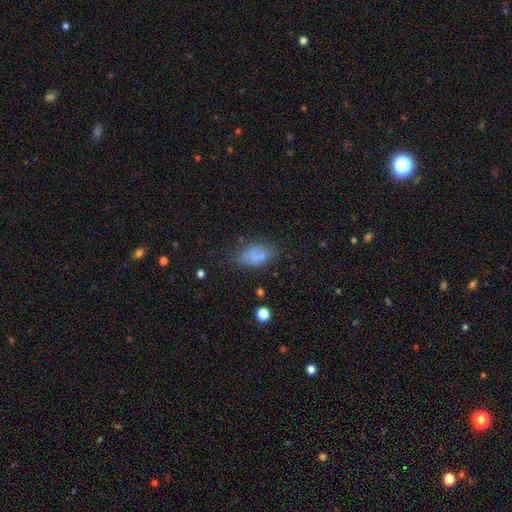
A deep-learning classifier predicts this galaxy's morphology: smooth 68%, featured or disk 19%, star or artifact 13%. Down the decision tree: how rounded — in between (88%); merging — none (55%).